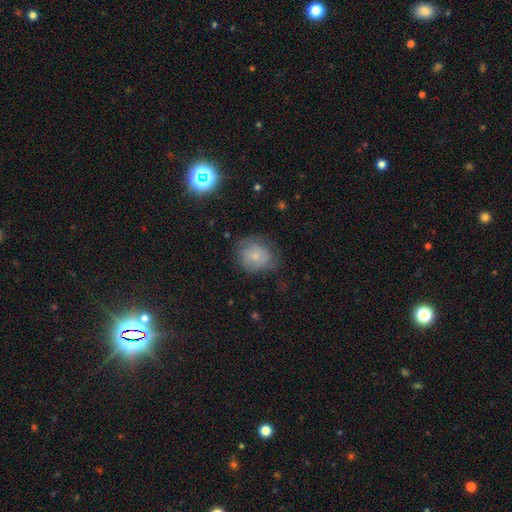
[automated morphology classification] A smooth galaxy with no disk features (69%) that is round (73%). Merging: none (62%).